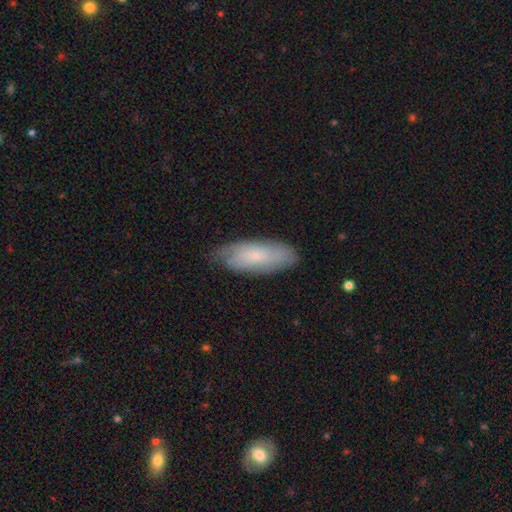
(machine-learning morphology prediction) type=smooth (49%); merging=none (74%).